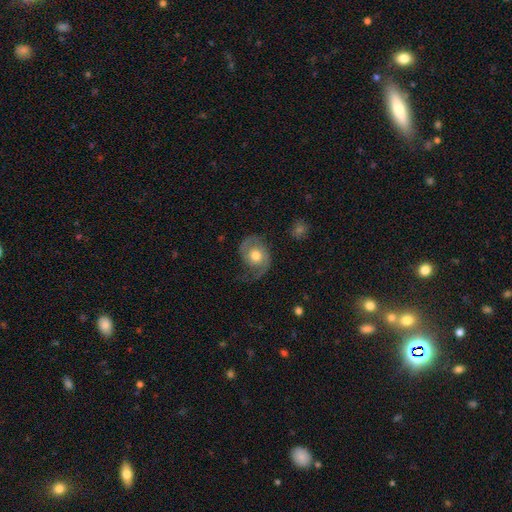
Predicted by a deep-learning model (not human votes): Smooth or featured? featured or disk (76%)
Edge-on disk? no (97%)
Bar? no (76%)
Spiral arms? yes (93%)
Spiral winding? medium (45%)
Spiral arm count? 2 (74%)
Bulge size? moderate (72%)
Merging? none (60%)